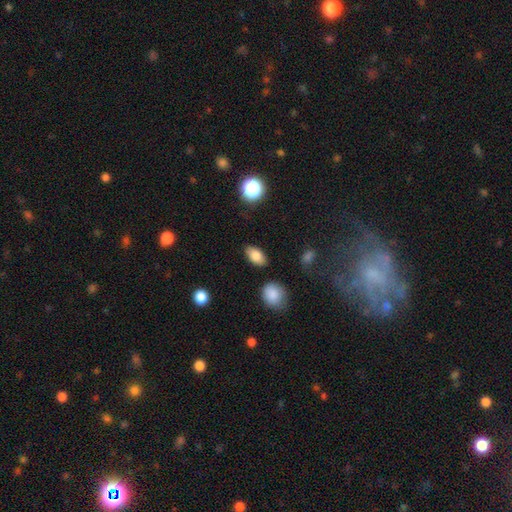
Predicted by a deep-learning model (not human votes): Smooth or featured? smooth (82%)
How rounded? in between (91%)
Merging? none (85%)